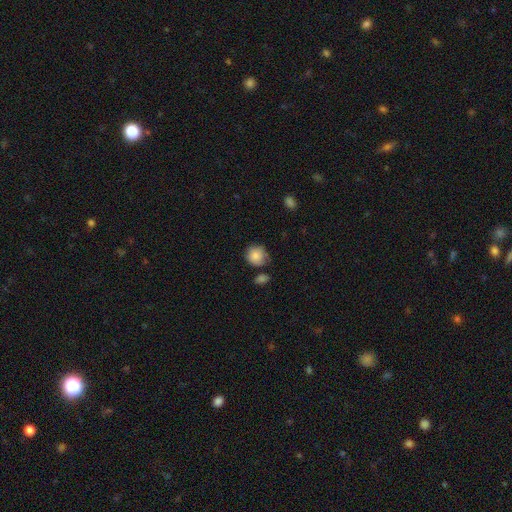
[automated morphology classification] A smooth galaxy with no disk features (85%) that is round (86%). Merging: none (65%).